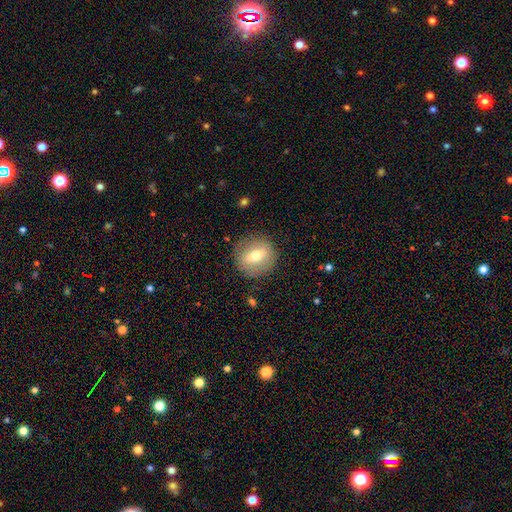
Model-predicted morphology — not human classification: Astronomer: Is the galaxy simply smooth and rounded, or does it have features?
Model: smooth — 52% (runner-up: featured or disk, 39%).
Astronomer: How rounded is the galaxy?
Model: round — 82%.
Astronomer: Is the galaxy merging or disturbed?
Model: none — 86%.